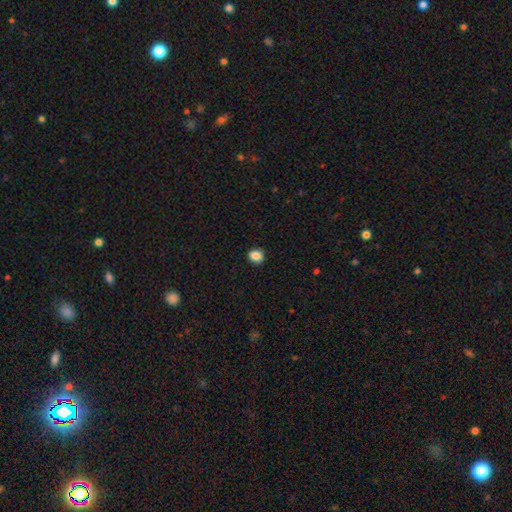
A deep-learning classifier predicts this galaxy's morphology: smooth-or-featured: smooth: 87% | star or artifact: 10% | featured or disk: 4%
  how-rounded: round: 64% | in between: 35% | cigar-shaped: 1%
  merging: none: 89% | minor disturbance: 8% | major disturbance: 2% | merger: 1%